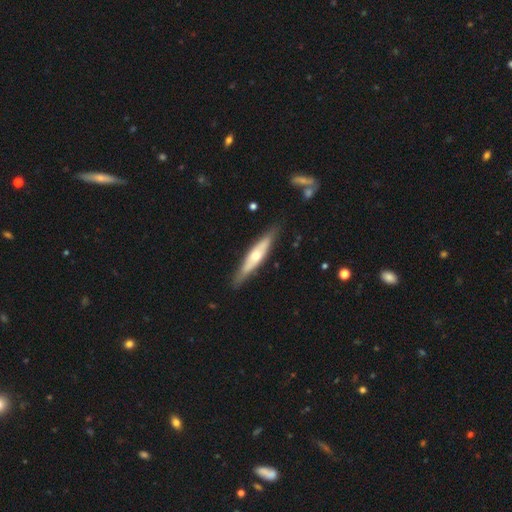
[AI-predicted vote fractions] Q: Smooth or featured?
A: featured or disk (59%); runner-up: smooth (37%)
Q: Edge-on disk?
A: yes (83%); runner-up: no (17%)
Q: Merging?
A: none (84%); runner-up: minor disturbance (12%)